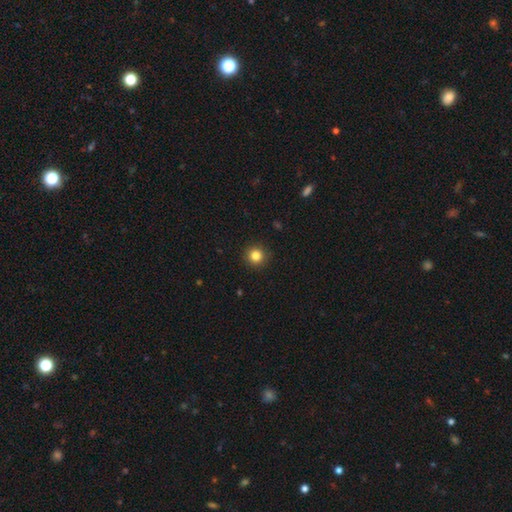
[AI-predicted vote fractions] Smooth or featured? smooth (83%)
How rounded? round (95%)
Merging? none (92%)